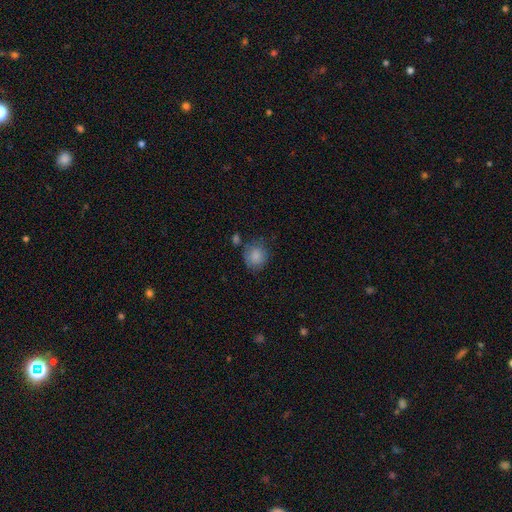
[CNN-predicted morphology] Q: Smooth or featured?
A: smooth (86%); runner-up: star or artifact (8%)
Q: How rounded?
A: round (83%); runner-up: in between (16%)
Q: Merging?
A: none (70%); runner-up: minor disturbance (18%)